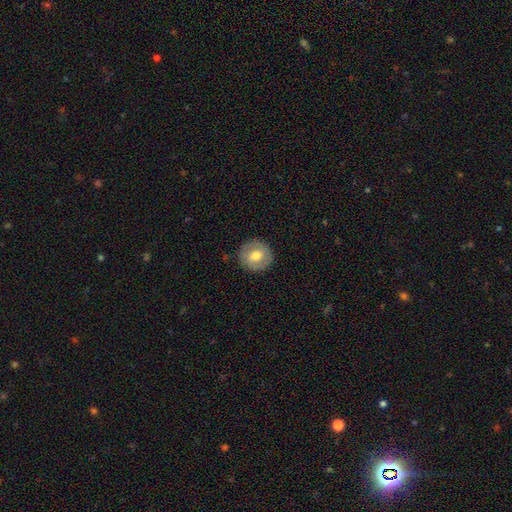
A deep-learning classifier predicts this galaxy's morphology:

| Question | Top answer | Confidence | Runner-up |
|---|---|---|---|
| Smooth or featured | smooth | 63% | featured or disk (30%) |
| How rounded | round | 92% | in between (7%) |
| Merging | none | 88% | minor disturbance (9%) |